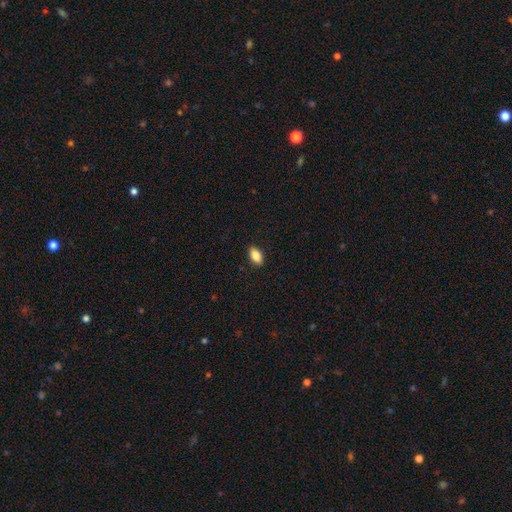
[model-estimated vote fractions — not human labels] smooth-or-featured: smooth: 86% | star or artifact: 8% | featured or disk: 7%
  how-rounded: in between: 91% | round: 5% | cigar-shaped: 4%
  merging: none: 90% | minor disturbance: 8% | major disturbance: 2% | merger: 1%